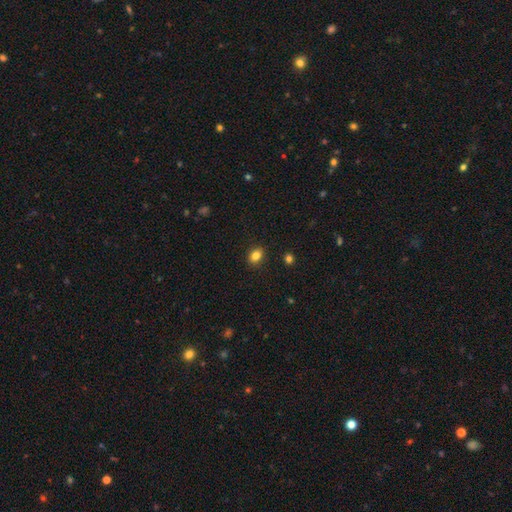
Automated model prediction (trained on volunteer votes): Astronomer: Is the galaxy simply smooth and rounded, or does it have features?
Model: smooth — 84%.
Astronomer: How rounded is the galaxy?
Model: in between — 65%.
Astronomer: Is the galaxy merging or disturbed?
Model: none — 89%.